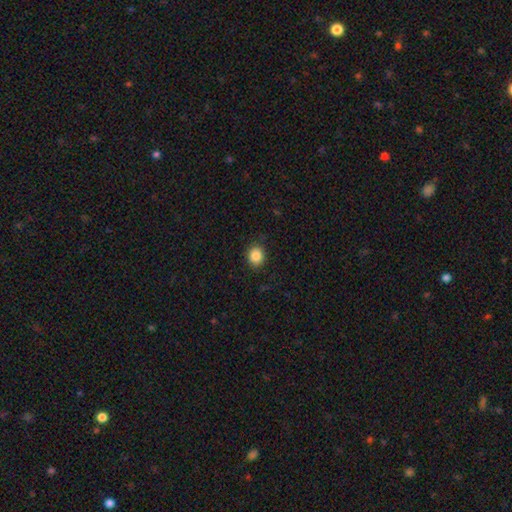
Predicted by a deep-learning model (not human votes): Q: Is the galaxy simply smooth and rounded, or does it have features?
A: smooth — 86%.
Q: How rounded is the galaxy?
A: round — 72%.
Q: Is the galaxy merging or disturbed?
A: none — 88%.